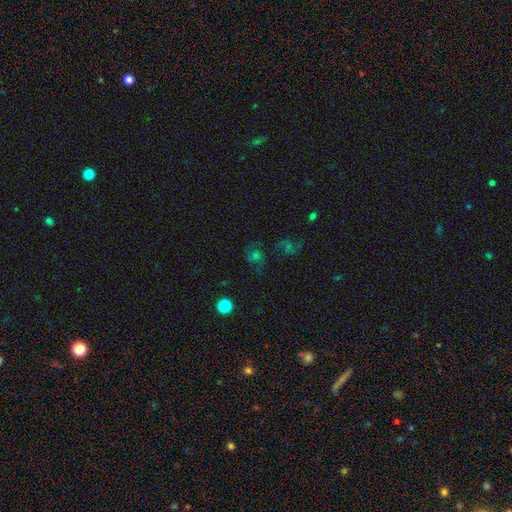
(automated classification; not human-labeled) Smooth or featured? smooth (39%)
Merging? none (65%)